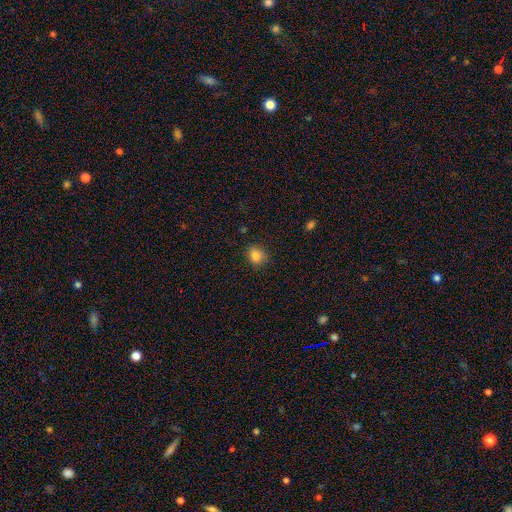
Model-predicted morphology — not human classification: smooth_or_featured: smooth (p=0.83) [alt: star or artifact p=0.11]
how_rounded: round (p=0.70) [alt: in between p=0.29]
merging: none (p=0.87) [alt: minor disturbance p=0.10]